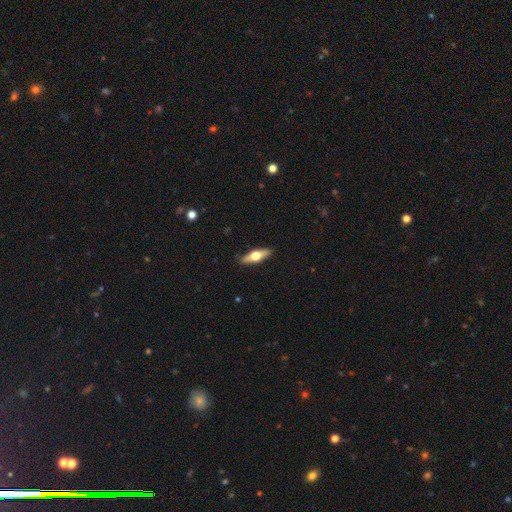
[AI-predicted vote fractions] Overall: featured or disk (49%; smooth 46%). Merging: none (89%).